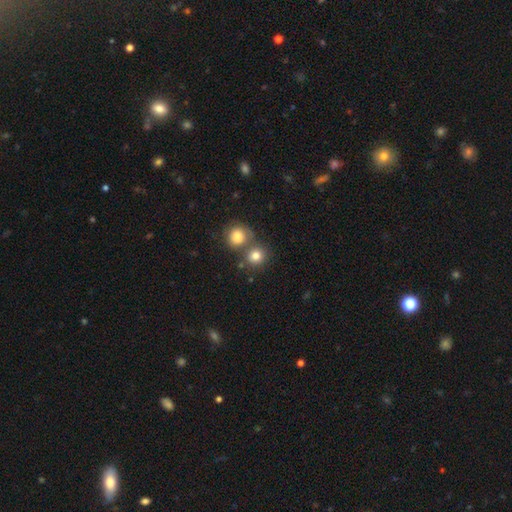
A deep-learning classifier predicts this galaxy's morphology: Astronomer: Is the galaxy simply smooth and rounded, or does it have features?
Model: smooth — 80%.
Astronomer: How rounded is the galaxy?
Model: round — 88%.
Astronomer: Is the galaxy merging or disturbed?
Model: none — 58%.